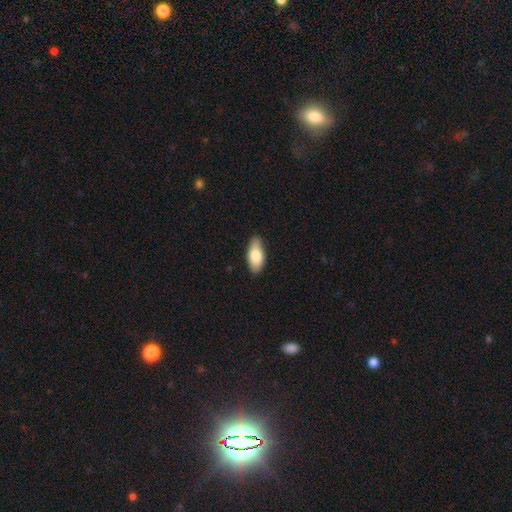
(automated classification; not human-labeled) Morphology: type=smooth (80%); roundness=in between (85%); merging=none (83%).